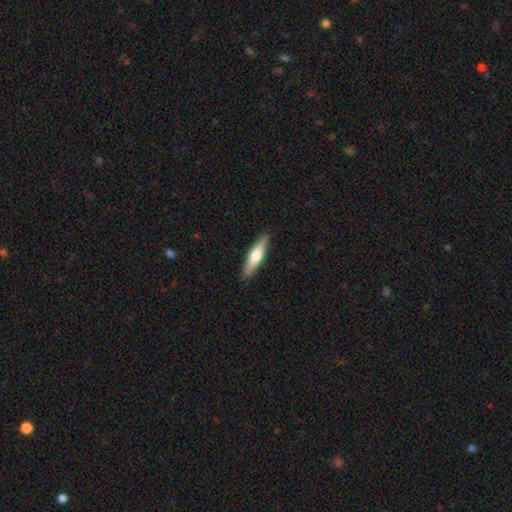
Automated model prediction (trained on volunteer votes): smooth 55%, featured or disk 40%, star or artifact 5%. Down the decision tree: how rounded — cigar-shaped (76%); merging — none (90%).